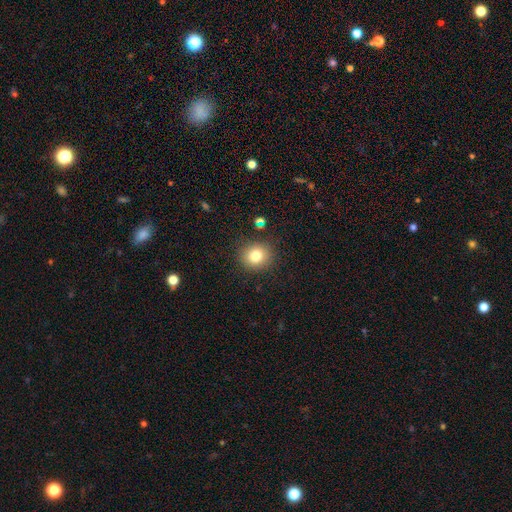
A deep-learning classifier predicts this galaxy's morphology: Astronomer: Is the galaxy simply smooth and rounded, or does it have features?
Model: smooth — 79%.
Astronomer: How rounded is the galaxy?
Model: round — 82%.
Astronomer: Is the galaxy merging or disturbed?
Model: none — 87%.